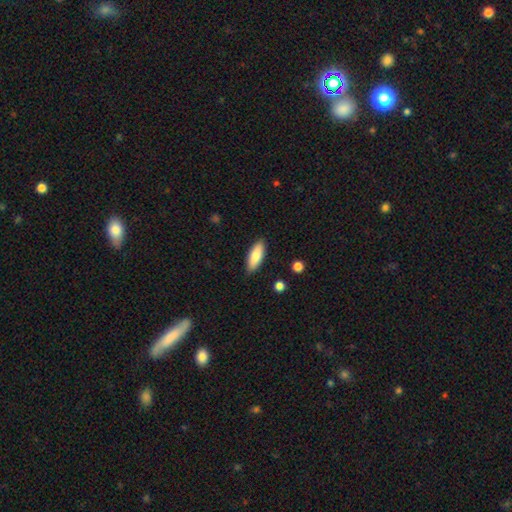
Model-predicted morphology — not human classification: Smooth or featured: smooth — 82% (featured or disk — 12%)
How rounded: in between — 67% (cigar-shaped — 31%)
Merging: none — 87% (minor disturbance — 10%)